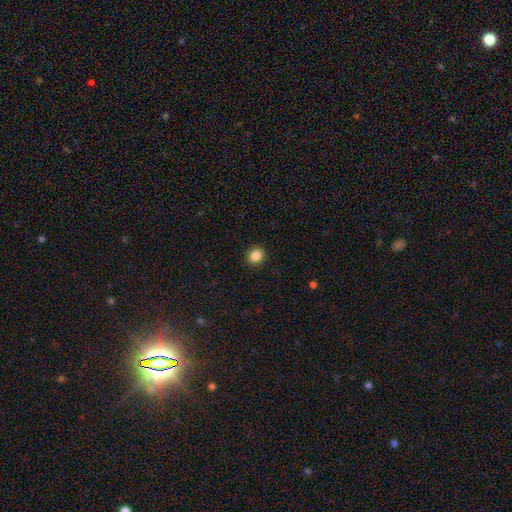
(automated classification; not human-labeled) This is clearly a smooth galaxy (86%). How rounded: likely round (71%). Merging: clearly none (91%).